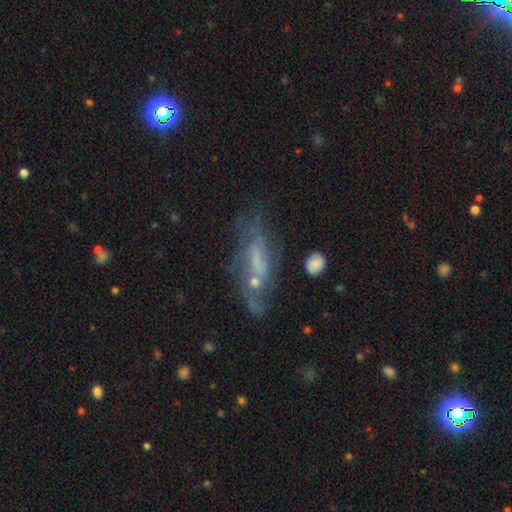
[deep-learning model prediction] This appears to be a featured or disk galaxy (56%). Merging: none (33%).